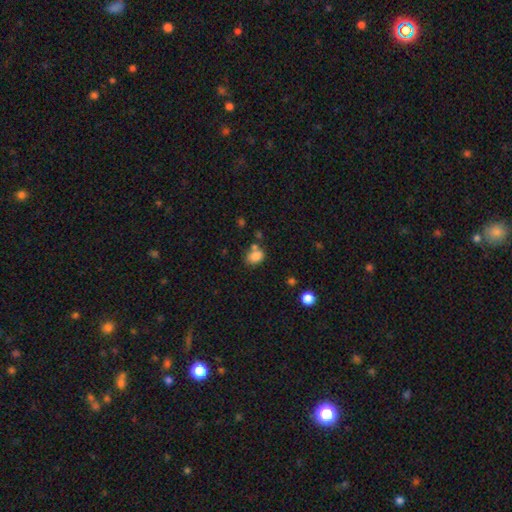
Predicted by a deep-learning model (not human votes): smooth-or-featured: smooth: 82% | star or artifact: 11% | featured or disk: 7%
  how-rounded: in between: 70% | round: 29% | cigar-shaped: 1%
  merging: none: 54% | merger: 23% | minor disturbance: 17% | major disturbance: 6%